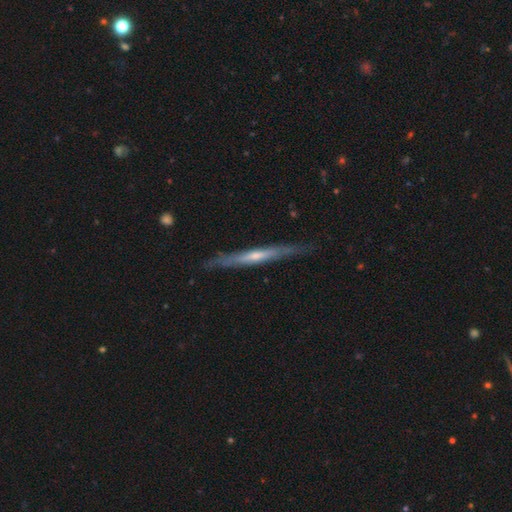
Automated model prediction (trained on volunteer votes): This is likely a featured or disk galaxy (65%). It is clearly viewed edge-on (94%). Edge-on bulge: possibly none (52%). Merging: clearly none (83%).